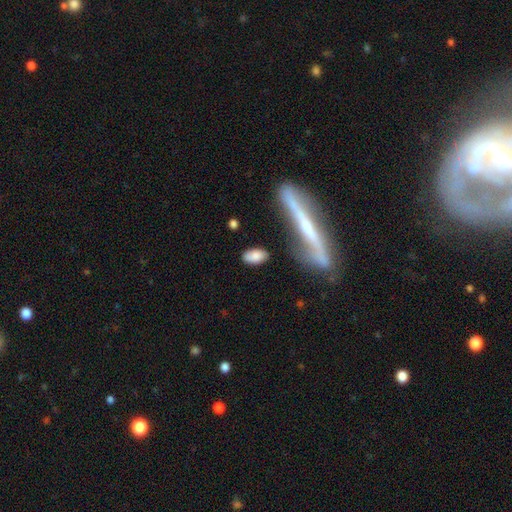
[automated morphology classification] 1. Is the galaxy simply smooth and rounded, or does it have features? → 79% smooth, 15% featured or disk, 7% star or artifact.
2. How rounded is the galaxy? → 90% in between, 6% cigar-shaped, 4% round.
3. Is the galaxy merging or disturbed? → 80% none, 13% minor disturbance, 4% major disturbance, 3% merger.